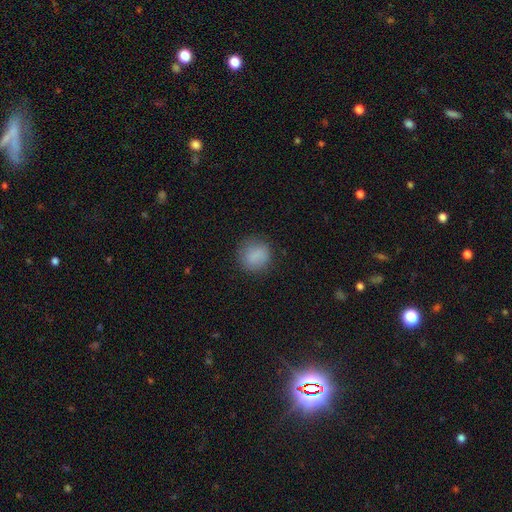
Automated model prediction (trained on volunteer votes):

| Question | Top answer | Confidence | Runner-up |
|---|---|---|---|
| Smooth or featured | smooth | 85% | star or artifact (9%) |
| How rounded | round | 86% | in between (13%) |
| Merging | none | 83% | minor disturbance (12%) |